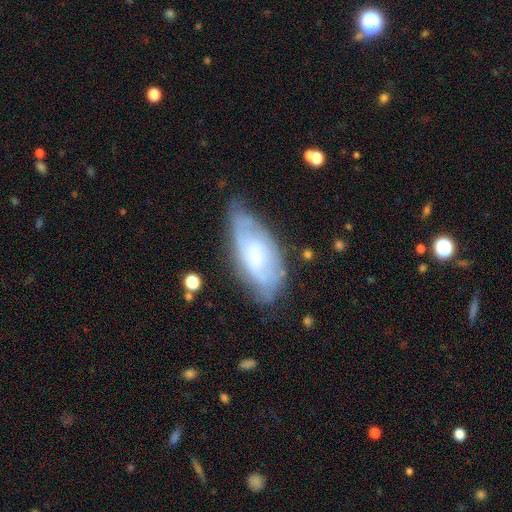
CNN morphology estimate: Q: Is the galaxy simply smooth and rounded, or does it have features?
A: featured or disk — 51%.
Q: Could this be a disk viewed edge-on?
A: no — 86%.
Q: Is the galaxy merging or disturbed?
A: none — 56%.